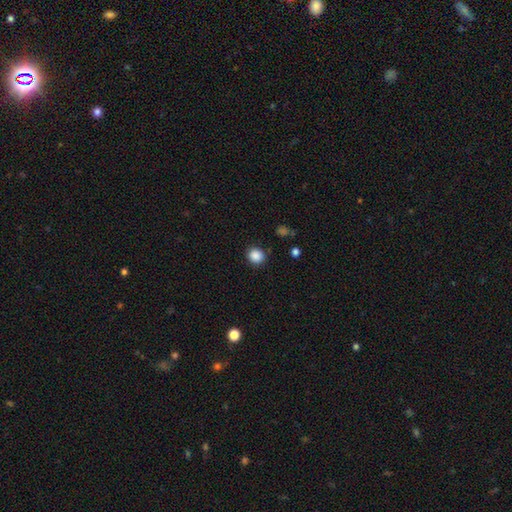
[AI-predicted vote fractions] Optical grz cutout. It shows a smooth galaxy with no disk features (87%) that is round (84%). Merging: none (87%).